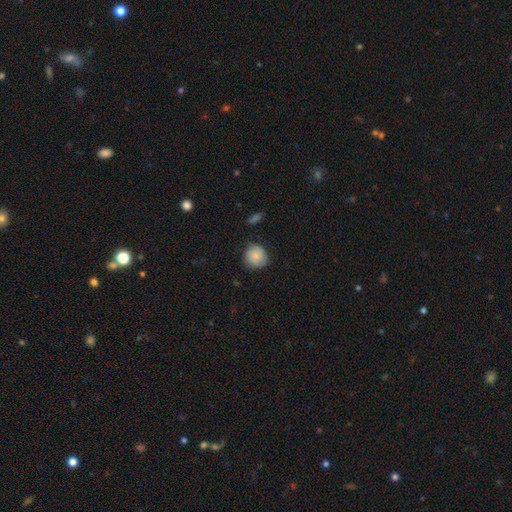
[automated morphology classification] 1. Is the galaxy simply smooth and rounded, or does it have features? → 78% smooth, 15% featured or disk, 7% star or artifact.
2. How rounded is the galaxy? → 88% round, 11% in between, 1% cigar-shaped.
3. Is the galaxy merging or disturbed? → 72% none, 22% minor disturbance, 4% major disturbance, 2% merger.